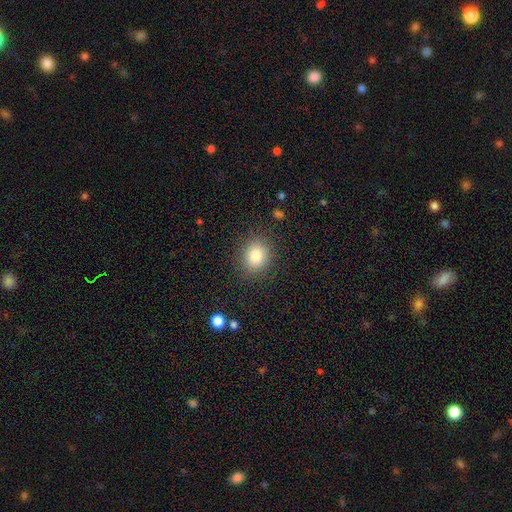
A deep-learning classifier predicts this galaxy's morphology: Smooth or featured? smooth (81%)
How rounded? round (73%)
Merging? none (87%)